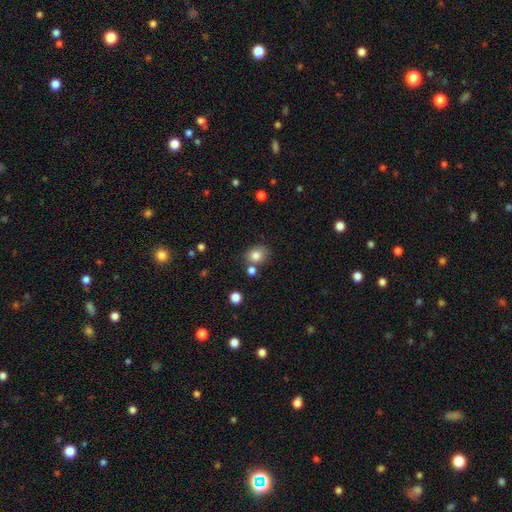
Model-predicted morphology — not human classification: Smooth or featured? Predicted: smooth (p=0.82). How rounded? Predicted: round (p=0.51). Merging? Predicted: none (p=0.66).